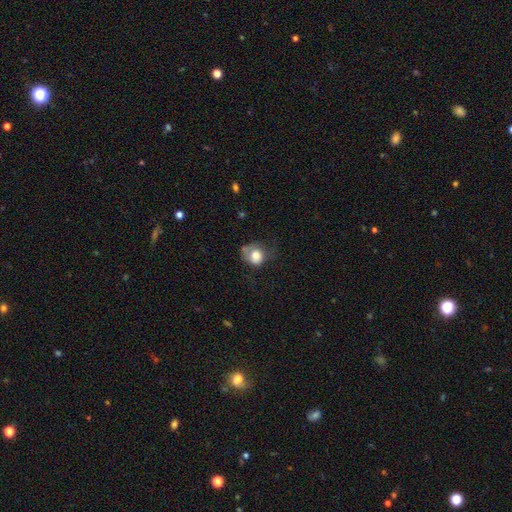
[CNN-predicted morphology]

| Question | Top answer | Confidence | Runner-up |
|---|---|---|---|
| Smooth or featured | smooth | 75% | featured or disk (16%) |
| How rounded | round | 74% | in between (25%) |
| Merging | none | 41% | minor disturbance (31%) |